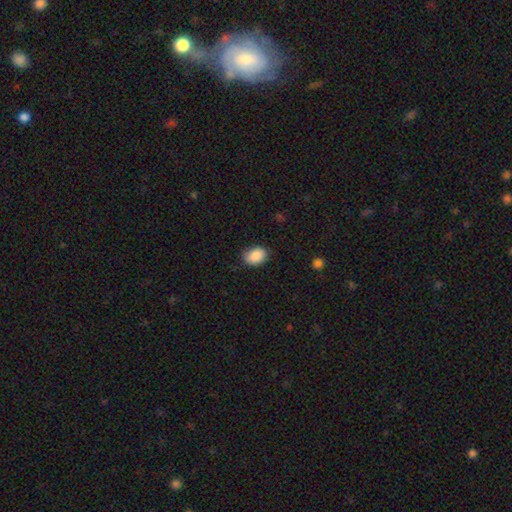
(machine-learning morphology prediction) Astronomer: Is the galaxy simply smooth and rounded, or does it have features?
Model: smooth — 88%.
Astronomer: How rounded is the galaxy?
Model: in between — 73%.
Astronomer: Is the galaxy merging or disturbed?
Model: none — 78%.